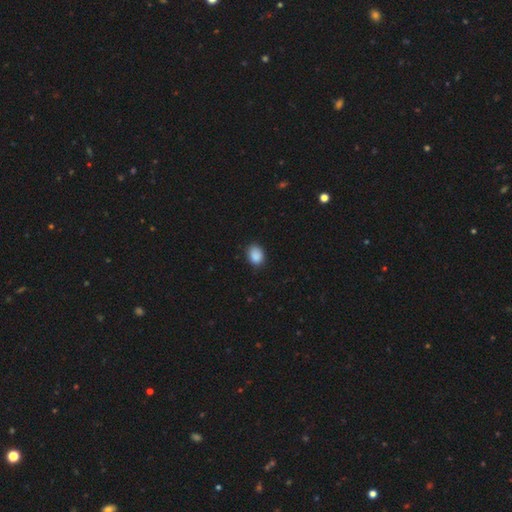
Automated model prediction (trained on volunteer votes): Q: Smooth or featured?
A: smooth (89%); runner-up: star or artifact (8%)
Q: How rounded?
A: in between (63%); runner-up: round (36%)
Q: Merging?
A: none (82%); runner-up: minor disturbance (15%)